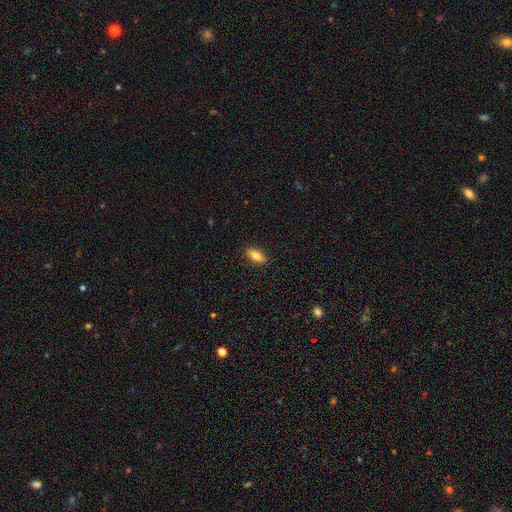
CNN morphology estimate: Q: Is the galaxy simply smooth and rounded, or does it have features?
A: smooth — 82%.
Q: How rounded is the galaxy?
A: in between — 77%.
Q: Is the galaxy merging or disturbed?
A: none — 89%.